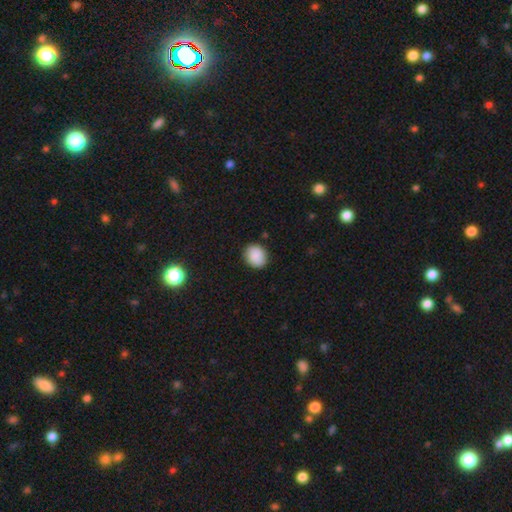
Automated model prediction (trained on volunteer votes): Morphology: type=smooth (88%); roundness=round (70%); merging=none (87%).